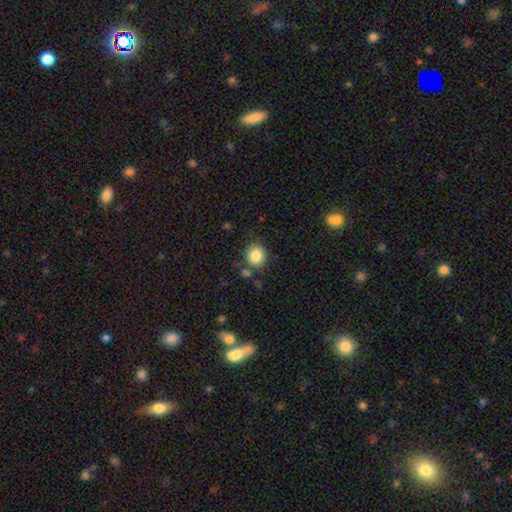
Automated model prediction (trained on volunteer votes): Overall: smooth (86%). How rounded: round (81%). Merging: none (77%).